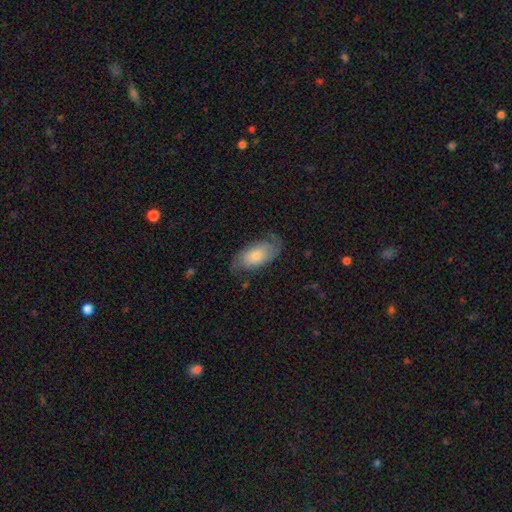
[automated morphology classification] Smooth or featured? Predicted: smooth (p=0.48). Merging? Predicted: none (p=0.66).